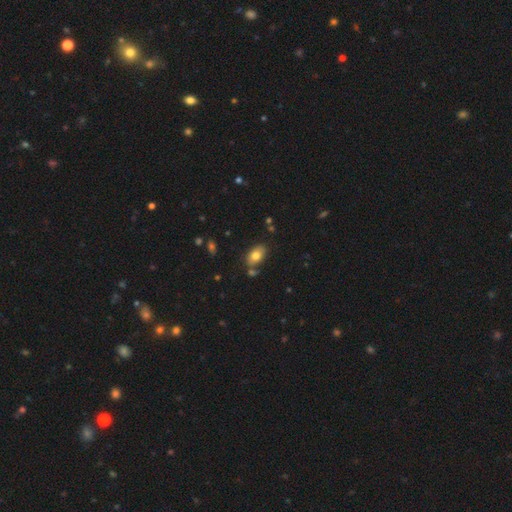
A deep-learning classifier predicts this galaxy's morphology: Q: Smooth or featured?
A: smooth (78%); runner-up: featured or disk (14%)
Q: How rounded?
A: in between (90%); runner-up: round (9%)
Q: Merging?
A: none (72%); runner-up: minor disturbance (14%)